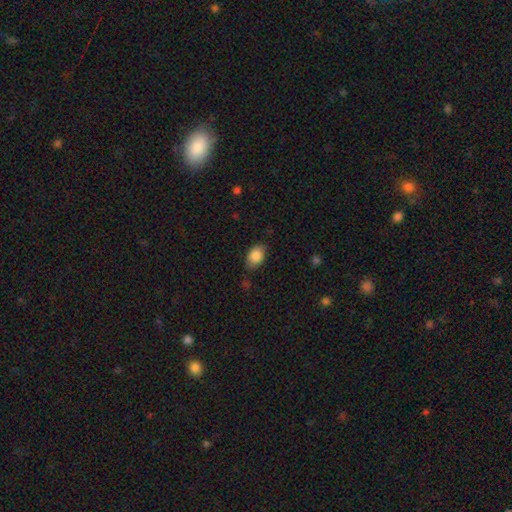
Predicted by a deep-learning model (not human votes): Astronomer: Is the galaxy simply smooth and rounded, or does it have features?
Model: smooth — 86%.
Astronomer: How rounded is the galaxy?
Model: in between — 84%.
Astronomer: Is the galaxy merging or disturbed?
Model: none — 75%.